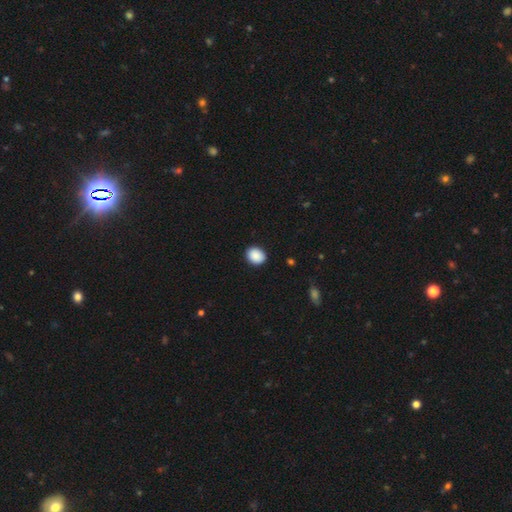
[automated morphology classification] Smooth or featured: smooth — 90% (star or artifact — 8%)
How rounded: round — 51% (in between — 48%)
Merging: none — 90% (minor disturbance — 7%)